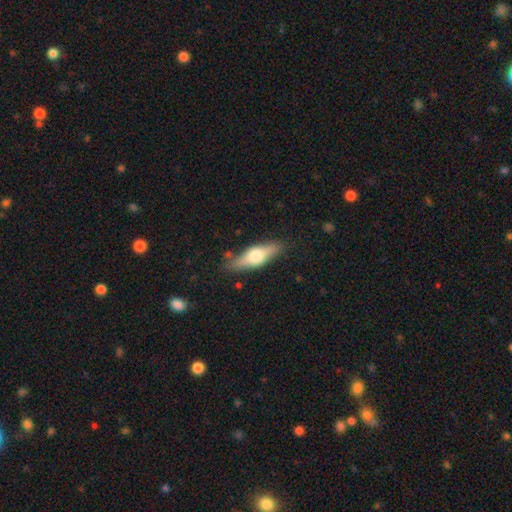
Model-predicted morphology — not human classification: Smooth or featured? Predicted: smooth (p=0.49). Merging? Predicted: none (p=0.81).